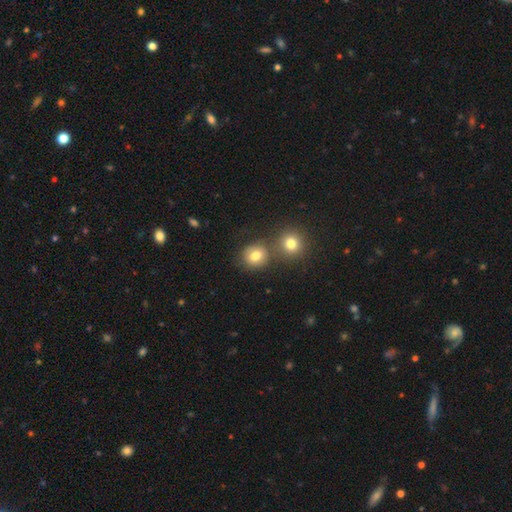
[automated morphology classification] type=smooth (79%); roundness=round (81%); merging=none (66%).